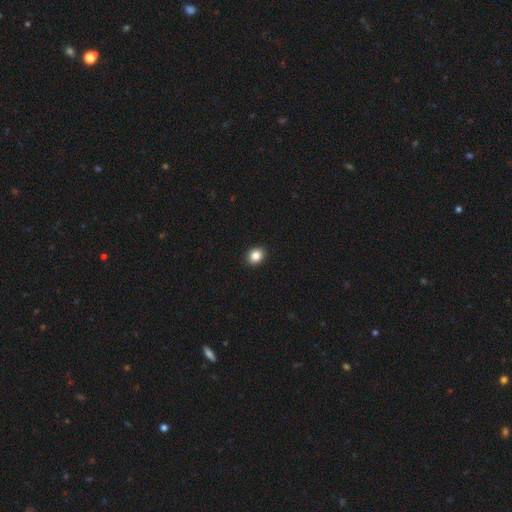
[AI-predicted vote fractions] smooth-or-featured: smooth: 85% | star or artifact: 10% | featured or disk: 5%
  how-rounded: round: 59% | in between: 40% | cigar-shaped: 1%
  merging: none: 93% | minor disturbance: 5% | major disturbance: 1% | merger: 1%